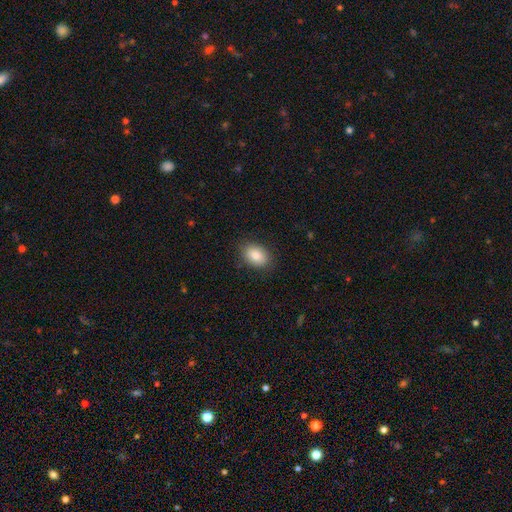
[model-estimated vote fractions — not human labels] Smooth or featured? smooth (84%)
How rounded? in between (81%)
Merging? none (86%)